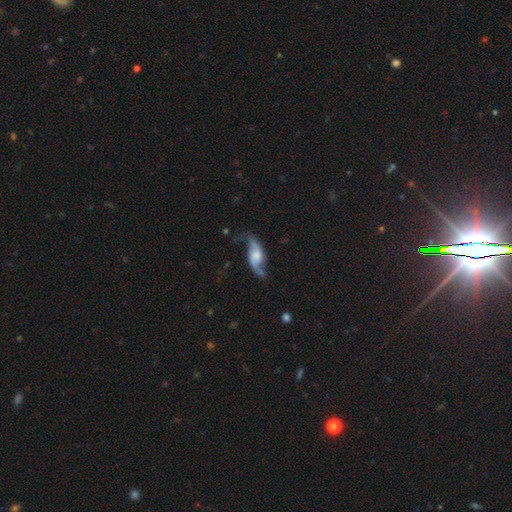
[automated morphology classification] Smooth or featured? Predicted: featured or disk (p=0.78). Edge-on disk? Predicted: no (p=0.92). Bar? Predicted: no (p=0.56). Spiral arms? Predicted: yes (p=0.94). Spiral winding? Predicted: loose (p=0.80). Spiral arm count? Predicted: 2 (p=0.91). Bulge size? Predicted: moderate (p=0.31). Merging? Predicted: none (p=0.60).